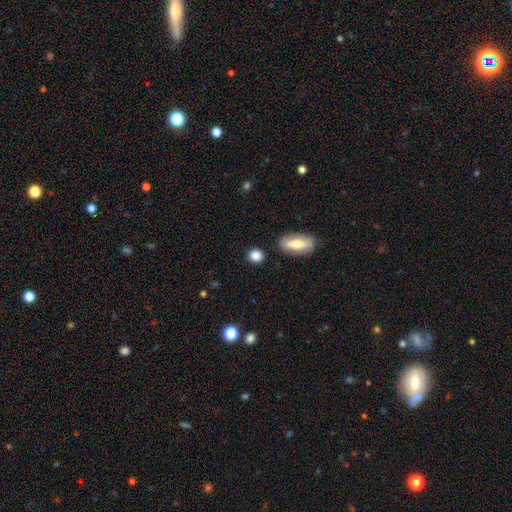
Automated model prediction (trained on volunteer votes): Smooth or featured? Predicted: smooth (p=0.86). How rounded? Predicted: round (p=0.73). Merging? Predicted: none (p=0.85).